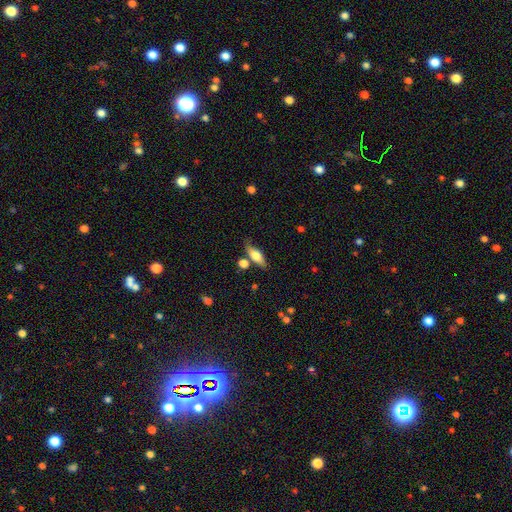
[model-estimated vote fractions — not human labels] Smooth or featured?
  - smooth: 68% *
  - featured or disk: 25%
  - star or artifact: 7%
How rounded?
  - in between: 69% *
  - cigar-shaped: 27%
  - round: 4%
Merging?
  - none: 64% *
  - minor disturbance: 19%
  - merger: 11%
  - major disturbance: 6%